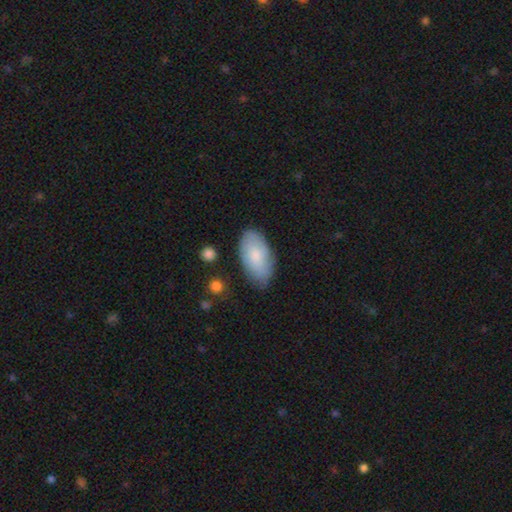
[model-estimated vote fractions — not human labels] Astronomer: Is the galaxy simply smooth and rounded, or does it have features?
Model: smooth — 75%.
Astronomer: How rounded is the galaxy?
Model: in between — 95%.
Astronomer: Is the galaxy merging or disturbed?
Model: none — 77%.